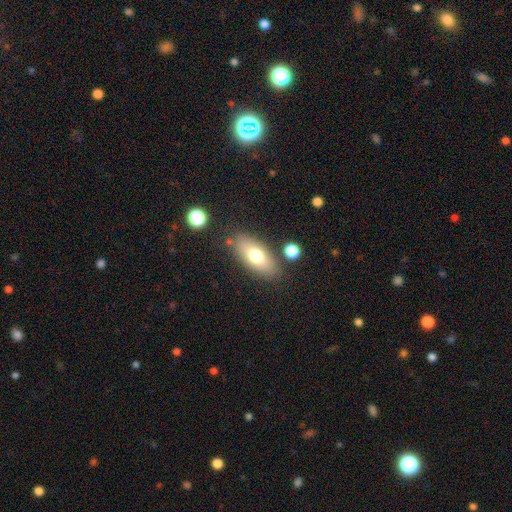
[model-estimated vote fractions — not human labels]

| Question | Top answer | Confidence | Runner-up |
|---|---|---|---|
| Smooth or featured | smooth | 71% | featured or disk (21%) |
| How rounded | in between | 84% | cigar-shaped (12%) |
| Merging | none | 80% | minor disturbance (12%) |